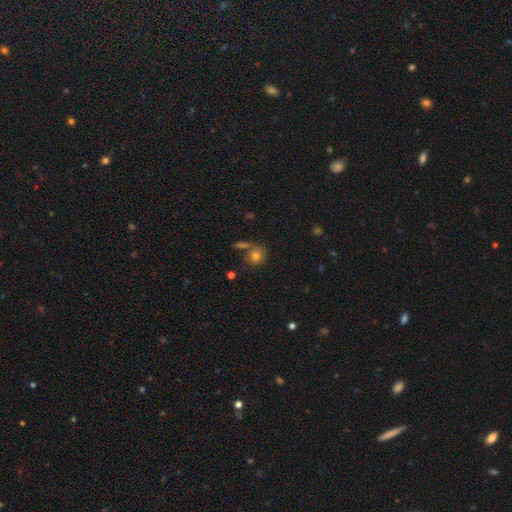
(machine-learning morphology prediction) The model was most divided on "merging": none: 61%, merger: 20%, minor disturbance: 13%, major disturbance: 6%. More confident: how rounded — round (83%); smooth or featured — smooth (78%).